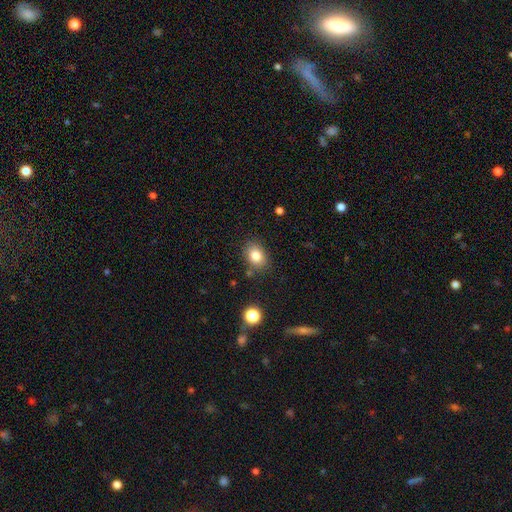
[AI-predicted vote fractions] A smooth galaxy with no disk features (82%) that is in between round and cigar-shaped (68%). Merging: none (81%).